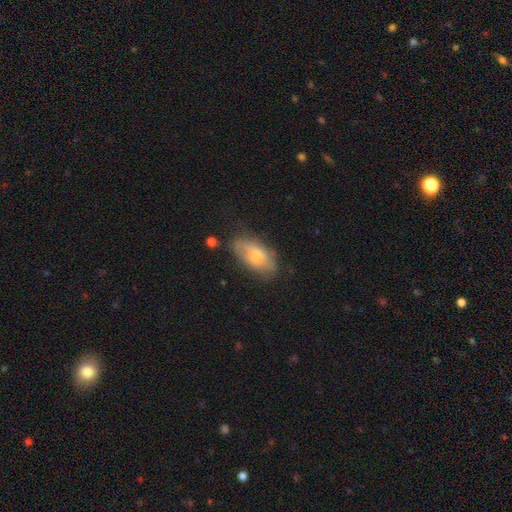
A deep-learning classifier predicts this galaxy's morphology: Q: Smooth or featured?
A: smooth (60%); runner-up: featured or disk (32%)
Q: How rounded?
A: in between (89%); runner-up: cigar-shaped (8%)
Q: Merging?
A: none (65%); runner-up: minor disturbance (25%)